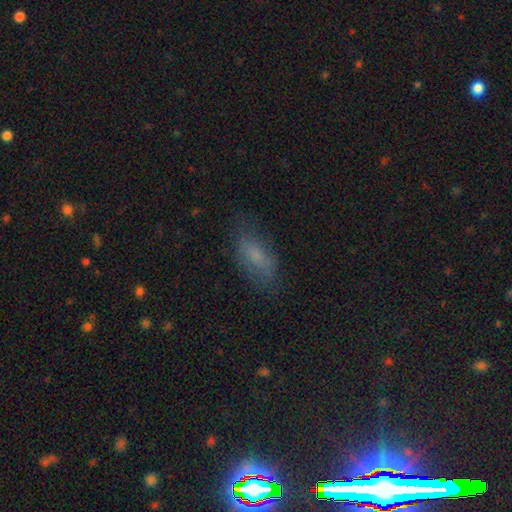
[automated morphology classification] Smooth or featured? smooth (71%)
How rounded? in between (82%)
Merging? none (72%)